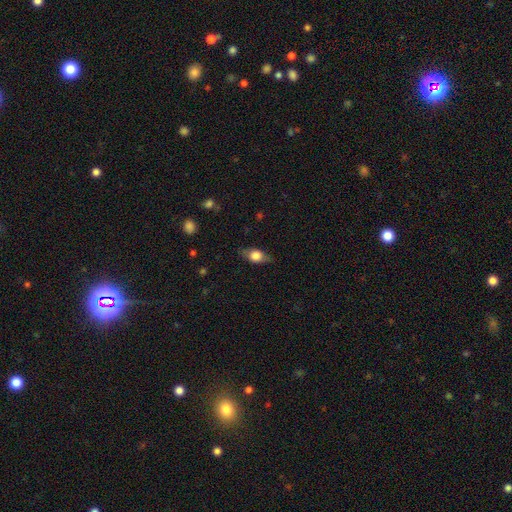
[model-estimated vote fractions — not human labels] Smooth or featured: smooth — 60% (featured or disk — 32%)
How rounded: in between — 70% (round — 20%)
Merging: none — 77% (minor disturbance — 17%)